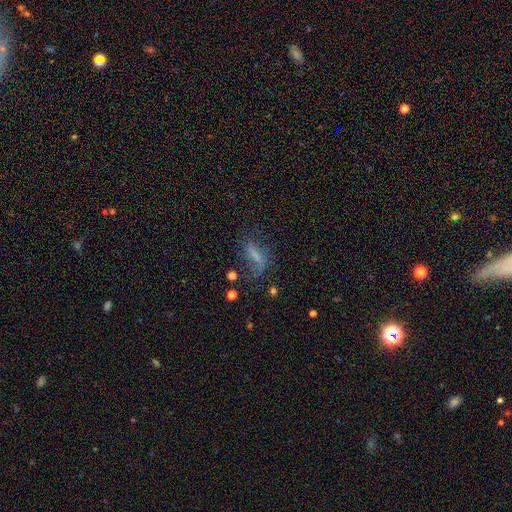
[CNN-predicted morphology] Smooth or featured: smooth — 50% (featured or disk — 36%)
Merging: none — 53% (minor disturbance — 23%)